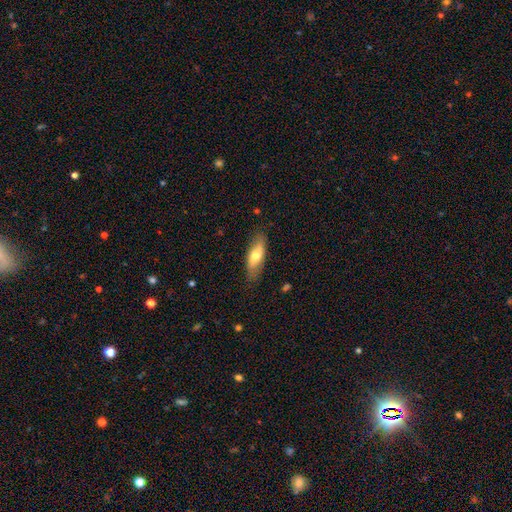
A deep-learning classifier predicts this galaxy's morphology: Smooth or featured?
  - smooth: 64% *
  - featured or disk: 30%
  - star or artifact: 6%
How rounded?
  - in between: 65% *
  - cigar-shaped: 32%
  - round: 3%
Merging?
  - none: 81% *
  - minor disturbance: 15%
  - major disturbance: 3%
  - merger: 1%